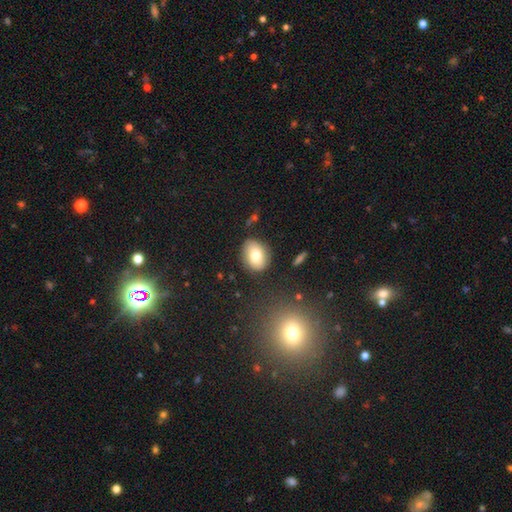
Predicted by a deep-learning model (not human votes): Q: Smooth or featured?
A: smooth (78%); runner-up: featured or disk (14%)
Q: How rounded?
A: in between (61%); runner-up: round (38%)
Q: Merging?
A: none (83%); runner-up: minor disturbance (12%)